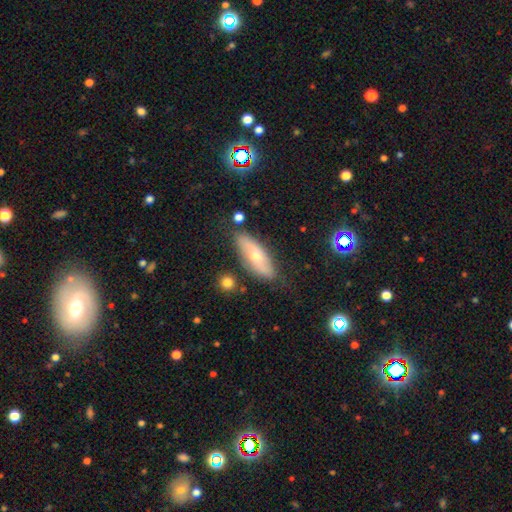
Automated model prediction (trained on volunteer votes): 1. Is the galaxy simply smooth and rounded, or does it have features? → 46% smooth, 45% featured or disk, 9% star or artifact.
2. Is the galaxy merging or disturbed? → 77% none, 16% minor disturbance, 4% major disturbance, 3% merger.